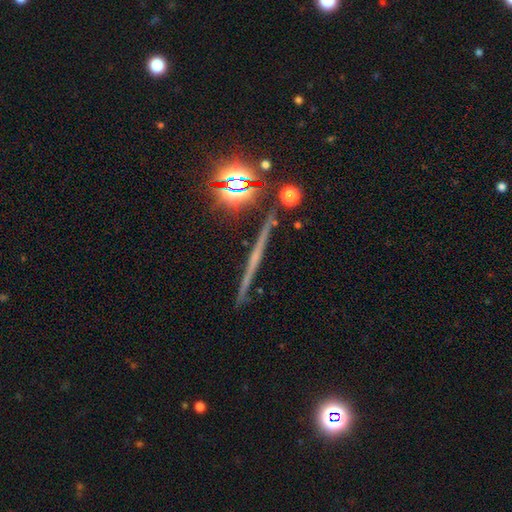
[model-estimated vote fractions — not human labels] A featured or disk galaxy (55%) viewed edge-on (96%) with no central bulge (72%). Merging: none (89%).